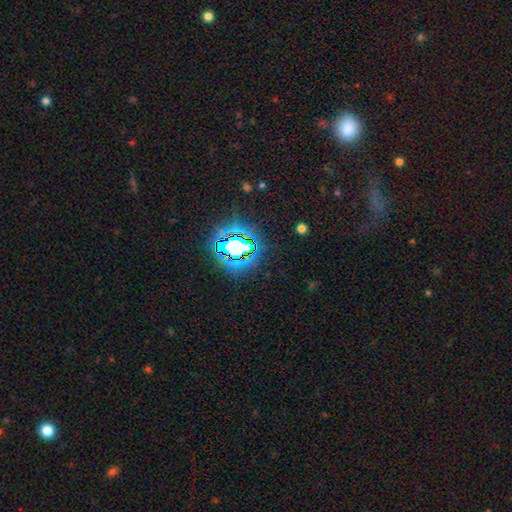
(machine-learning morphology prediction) Smooth or featured? Predicted: star or artifact (p=0.78).